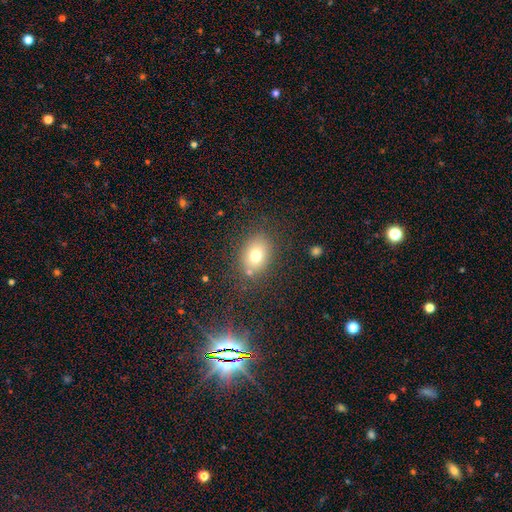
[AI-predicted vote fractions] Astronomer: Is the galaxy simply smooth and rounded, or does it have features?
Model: smooth — 74%.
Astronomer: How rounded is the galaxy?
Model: in between — 59% (runner-up: round, 40%).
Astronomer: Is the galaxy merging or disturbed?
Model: none — 79%.